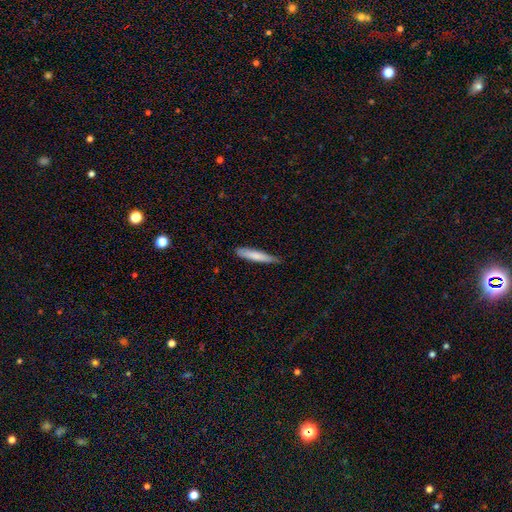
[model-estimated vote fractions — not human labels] smooth_or_featured: smooth (p=0.77) [alt: featured or disk p=0.18]
how_rounded: cigar-shaped (p=0.91) [alt: in between p=0.08]
merging: none (p=0.74) [alt: minor disturbance p=0.22]